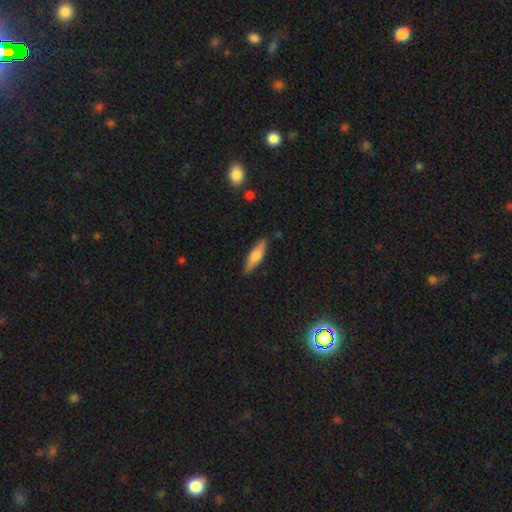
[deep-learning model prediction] This is likely a smooth galaxy (62%). How rounded: likely cigar-shaped (68%). Merging: clearly none (87%).